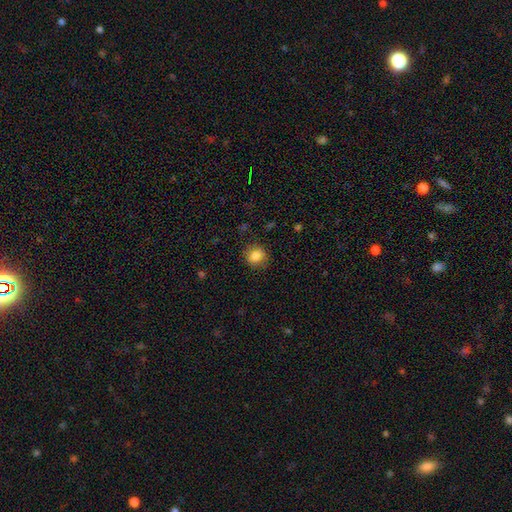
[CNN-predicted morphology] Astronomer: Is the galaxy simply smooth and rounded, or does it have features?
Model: smooth — 83%.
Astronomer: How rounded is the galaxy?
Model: round — 79%.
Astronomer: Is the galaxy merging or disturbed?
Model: none — 83%.